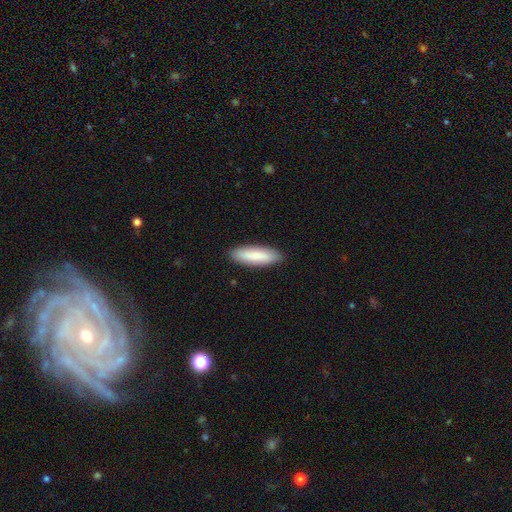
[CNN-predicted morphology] Smooth or featured? smooth (82%)
How rounded? cigar-shaped (53%)
Merging? none (89%)